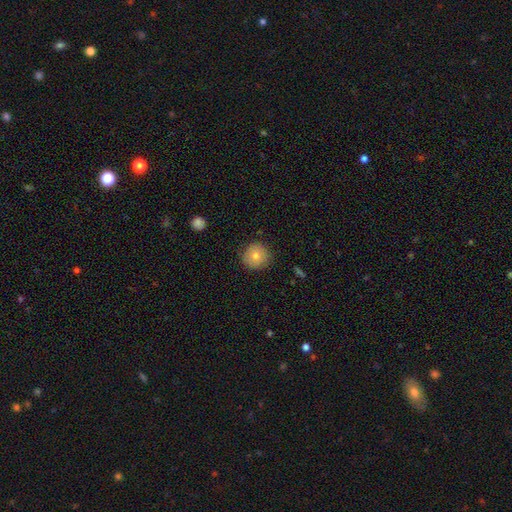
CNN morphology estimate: A smooth galaxy with no disk features (77%) that is round (94%). Merging: none (85%).